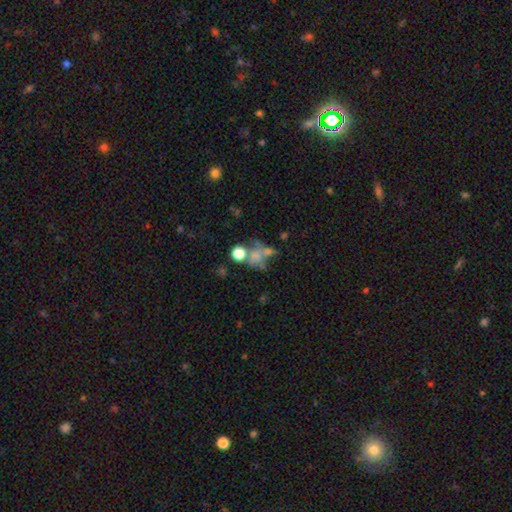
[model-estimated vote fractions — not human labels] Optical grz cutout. It shows a smooth galaxy with no disk features (55%) that is round (60%). Merging: merger (36%).